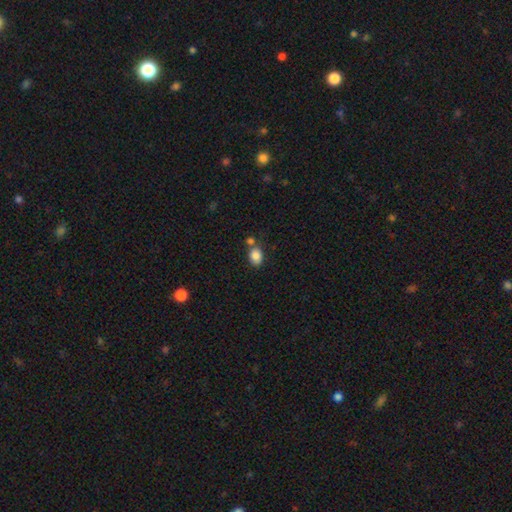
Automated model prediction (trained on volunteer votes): A smooth galaxy with no disk features (86%) that is in between round and cigar-shaped (67%).

Vote fractions:
- Smooth or featured? smooth: 86% / star or artifact: 9% / featured or disk: 6%
- How rounded? in between: 67% / round: 32% / cigar-shaped: 1%
- Merging? none: 60% / merger: 23% / minor disturbance: 13% / major disturbance: 4%